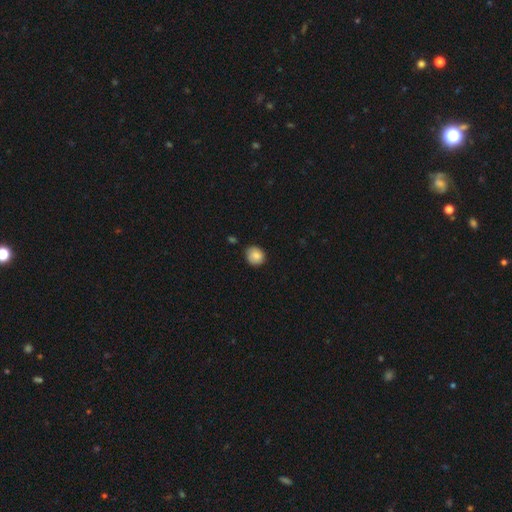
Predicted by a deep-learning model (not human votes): This appears to be a smooth galaxy with no disk features (86%) that is round (81%). Merging: none (80%).